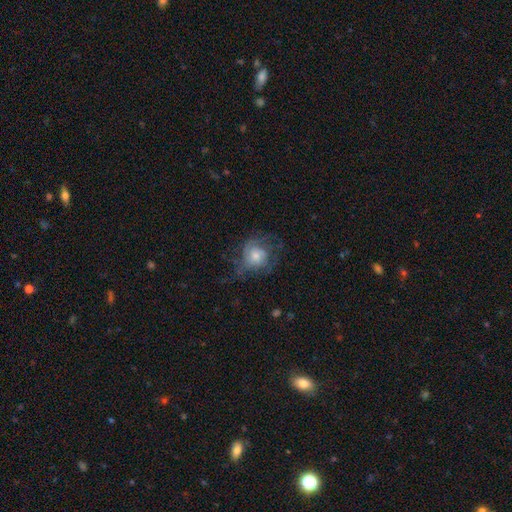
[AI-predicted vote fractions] This is possibly a featured or disk galaxy (51%). It is clearly not viewed edge-on (97%). Merging: possibly none (45%).